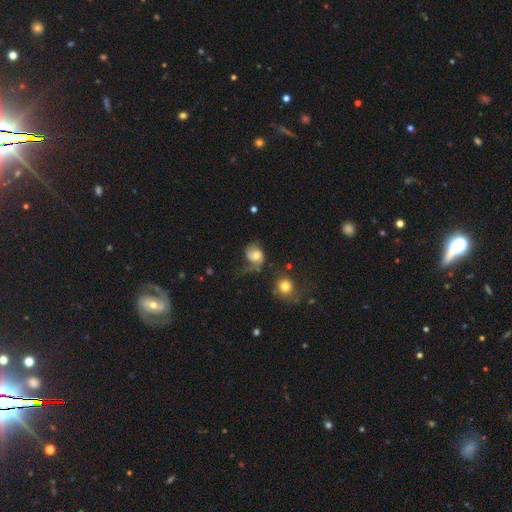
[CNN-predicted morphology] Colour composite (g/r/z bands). It shows a featured or disk galaxy (54%) with no bar (67%), spiral arms (84%) and a moderate central bulge (60%). Merging: none (37%).